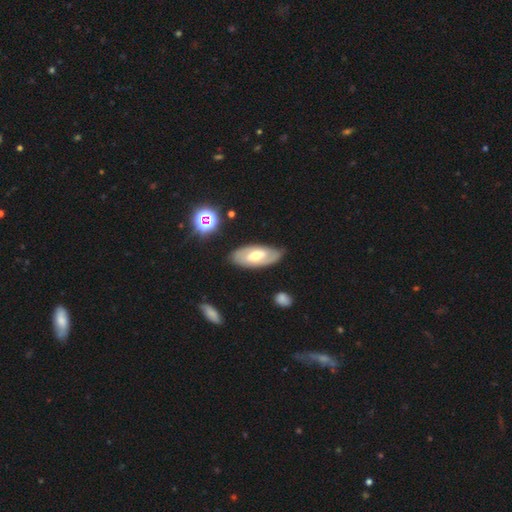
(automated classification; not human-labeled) This appears to be a featured or disk galaxy (57%). Merging: none (82%).